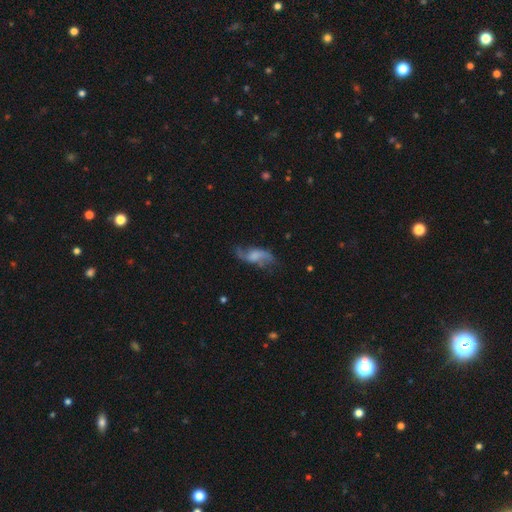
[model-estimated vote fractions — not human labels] Smooth or featured? featured or disk (61%)
Edge-on disk? no (91%)
Bar? no (55%)
Spiral arms? yes (86%)
Bulge size? none (39%)
Merging? none (58%)